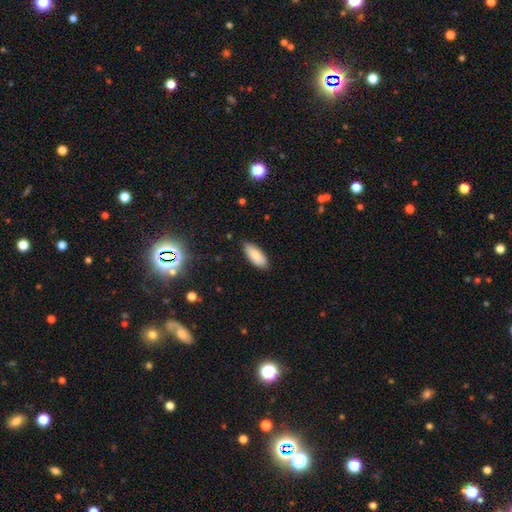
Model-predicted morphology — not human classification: smooth_or_featured: smooth (p=0.84) [alt: featured or disk p=0.09]
how_rounded: in between (p=0.83) [alt: cigar-shaped p=0.16]
merging: none (p=0.85) [alt: minor disturbance p=0.12]